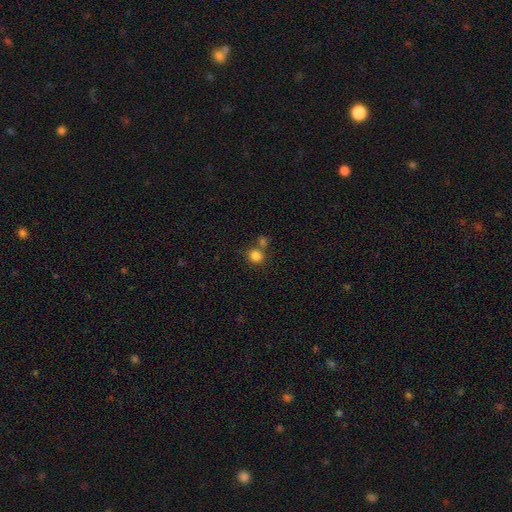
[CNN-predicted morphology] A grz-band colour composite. It shows a smooth galaxy with no disk features (82%) that is round (86%). Merging: none (61%).